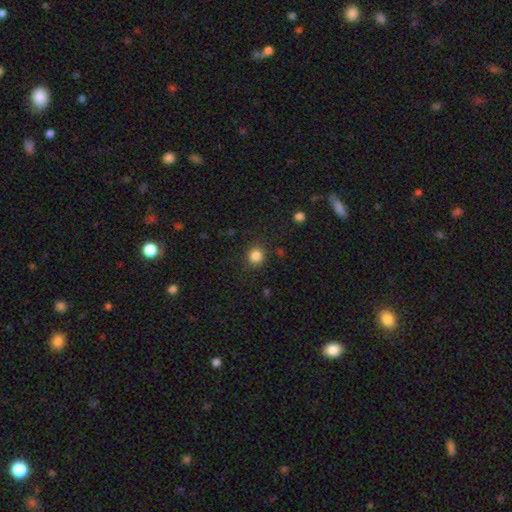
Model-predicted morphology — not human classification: Q: Smooth or featured?
A: smooth (84%); runner-up: star or artifact (12%)
Q: How rounded?
A: round (87%); runner-up: in between (12%)
Q: Merging?
A: none (88%); runner-up: minor disturbance (8%)